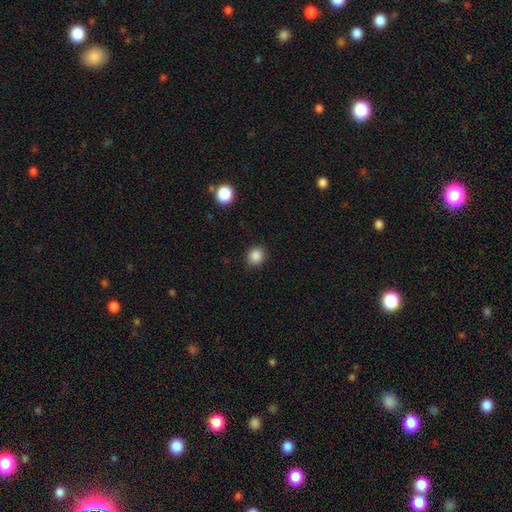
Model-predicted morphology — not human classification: smooth 86%, star or artifact 10%, featured or disk 3%. Down the decision tree: how rounded — round (80%); merging — none (90%).